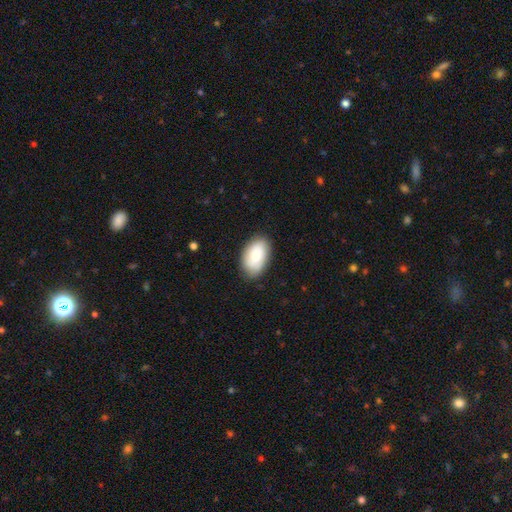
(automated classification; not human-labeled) This appears to be a smooth galaxy with no disk features (77%) that is in between round and cigar-shaped (93%). Merging: none (83%).